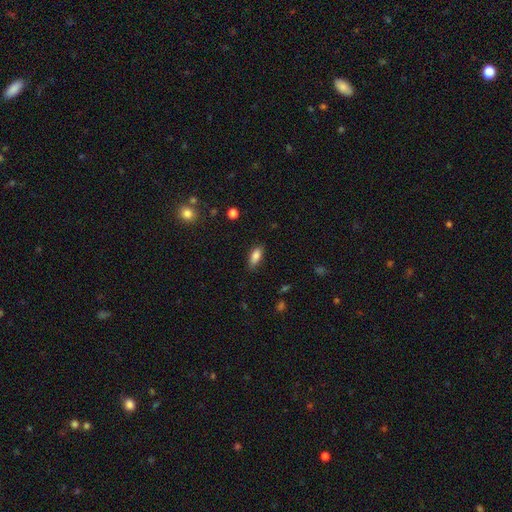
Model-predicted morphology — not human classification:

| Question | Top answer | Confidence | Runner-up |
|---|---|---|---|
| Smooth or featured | smooth | 84% | featured or disk (8%) |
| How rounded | in between | 81% | cigar-shaped (17%) |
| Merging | none | 79% | minor disturbance (16%) |